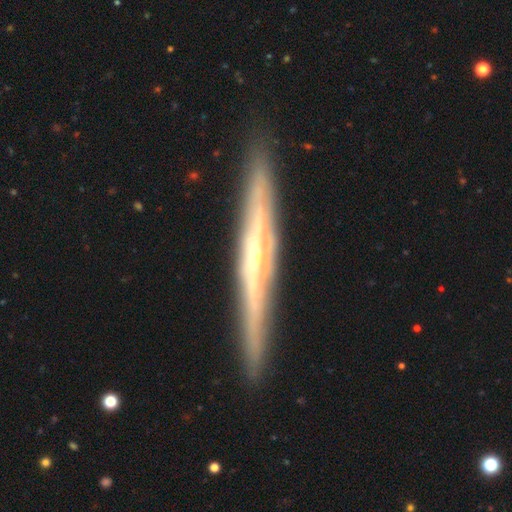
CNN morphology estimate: This appears to be a featured or disk galaxy (84%) viewed edge-on (97%) with a rounded central bulge (62%). Merging: none (90%).